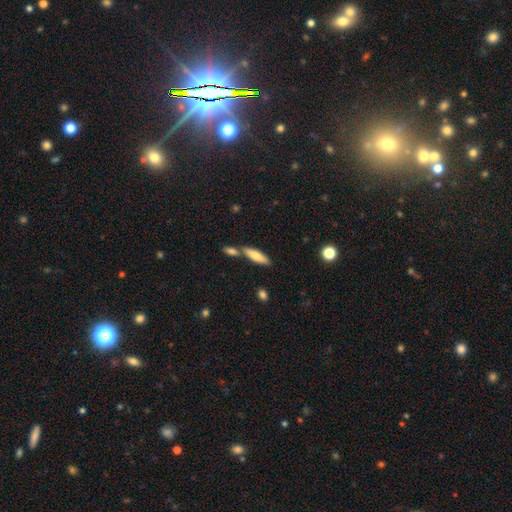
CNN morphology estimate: Smooth or featured? Predicted: smooth (p=0.76). How rounded? Predicted: cigar-shaped (p=0.59). Merging? Predicted: none (p=0.61).